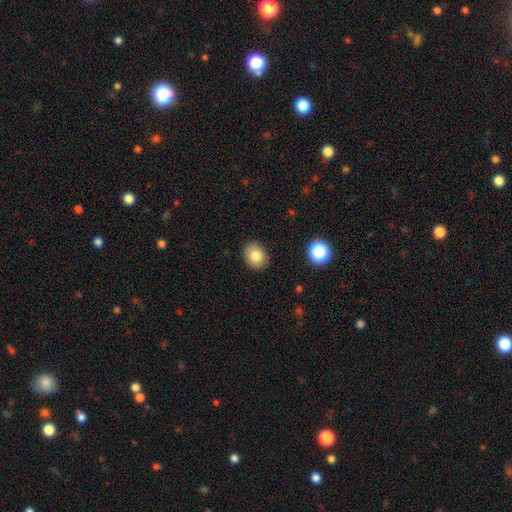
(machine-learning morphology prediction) This appears to be a smooth galaxy with no disk features (81%) that is round (55%). Merging: none (88%).